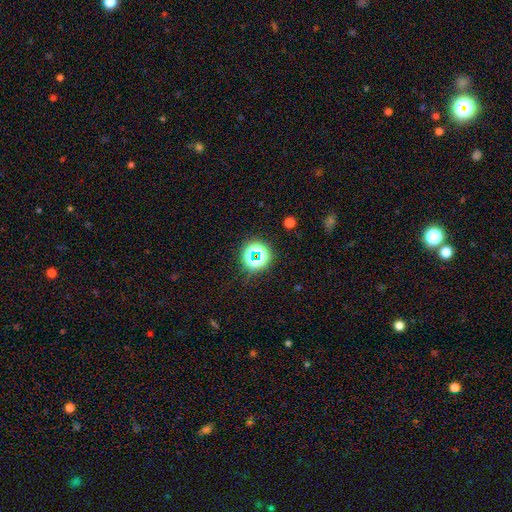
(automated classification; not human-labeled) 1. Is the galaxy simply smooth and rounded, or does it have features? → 62% star or artifact, 26% smooth, 12% featured or disk.